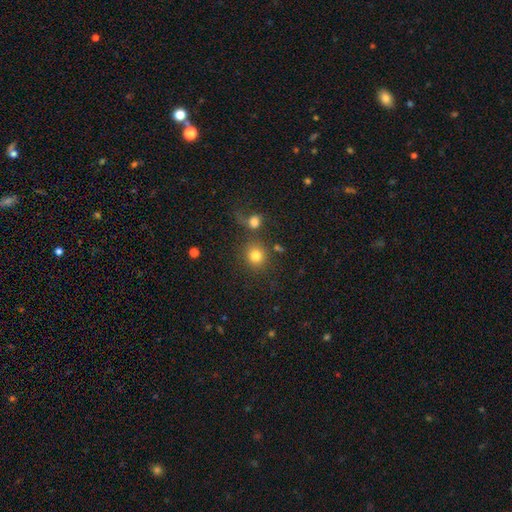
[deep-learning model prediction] smooth 80%, star or artifact 12%, featured or disk 8%. Down the decision tree: how rounded — round (87%); merging — none (70%).